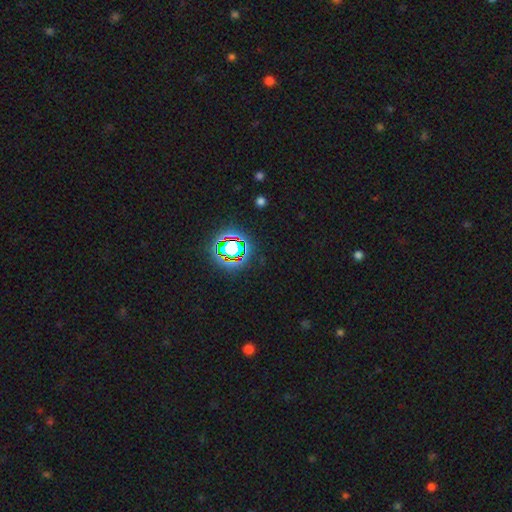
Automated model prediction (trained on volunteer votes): smooth_or_featured: star or artifact (p=0.78) [alt: smooth p=0.14]